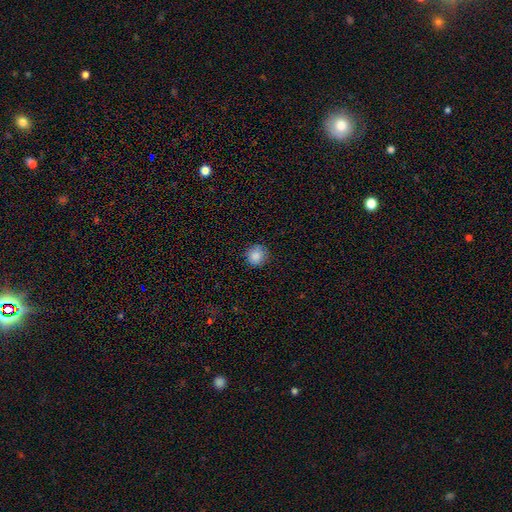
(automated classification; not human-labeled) Smooth or featured?
  - smooth: 86% *
  - star or artifact: 10%
  - featured or disk: 4%
How rounded?
  - round: 94% *
  - in between: 5%
  - cigar-shaped: 1%
Merging?
  - none: 88% *
  - minor disturbance: 9%
  - major disturbance: 2%
  - merger: 1%